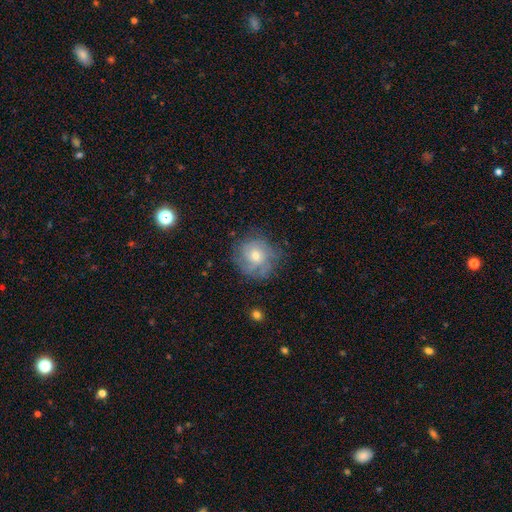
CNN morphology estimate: Smooth or featured? Predicted: featured or disk (p=0.62). Edge-on disk? Predicted: no (p=0.97). Bar? Predicted: no (p=0.80). Spiral arms? Predicted: yes (p=0.85). Spiral winding? Predicted: tight (p=0.63). Spiral arm count? Predicted: can't tell (p=0.46). Bulge size? Predicted: moderate (p=0.53). Merging? Predicted: none (p=0.74).